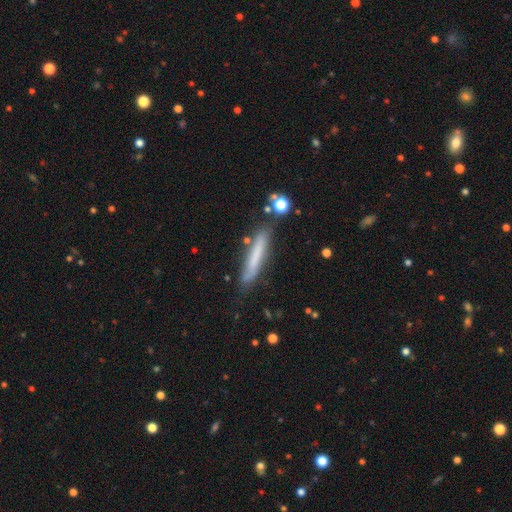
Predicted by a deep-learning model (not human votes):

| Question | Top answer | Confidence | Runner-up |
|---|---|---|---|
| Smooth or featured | smooth | 63% | featured or disk (29%) |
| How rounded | cigar-shaped | 92% | in between (6%) |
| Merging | none | 77% | minor disturbance (15%) |